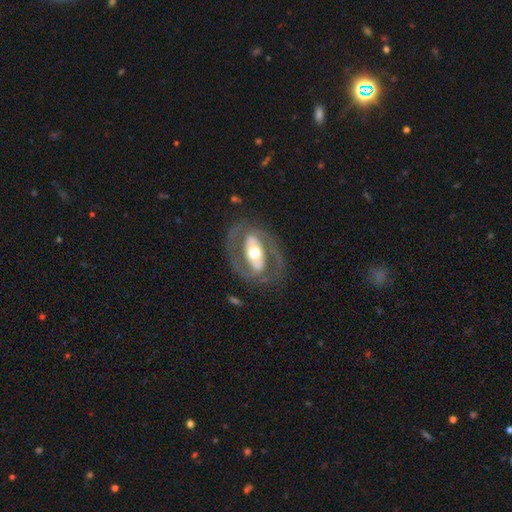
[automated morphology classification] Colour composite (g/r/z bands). It shows a featured or disk galaxy (83%) with a strong bar (44%), 2 (86%) medium (47%) spiral arms (71%) and a moderate central bulge (68%). Merging: none (75%).